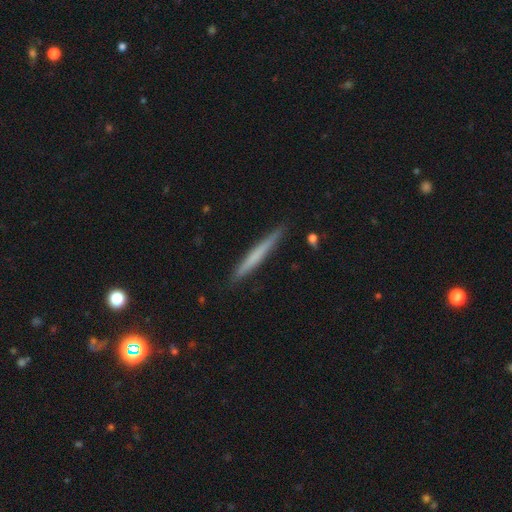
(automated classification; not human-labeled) Smooth or featured: smooth — 58% (featured or disk — 37%)
How rounded: cigar-shaped — 97% (in between — 2%)
Merging: none — 90% (minor disturbance — 7%)